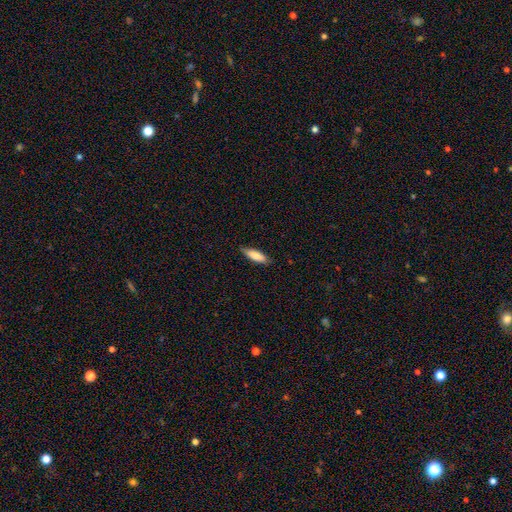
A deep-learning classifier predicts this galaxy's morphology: Smooth or featured: smooth — 82% (featured or disk — 12%)
How rounded: cigar-shaped — 50% (in between — 48%)
Merging: none — 82% (minor disturbance — 15%)